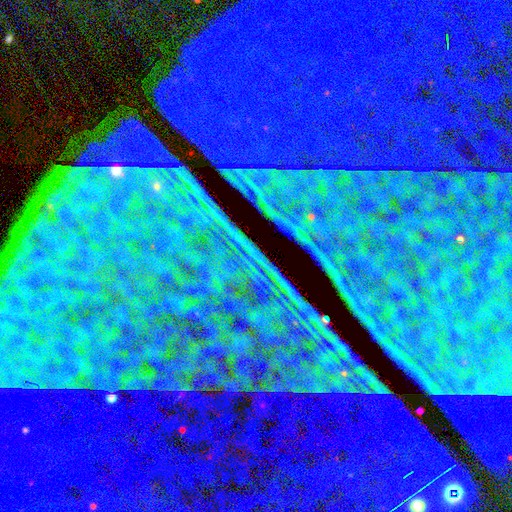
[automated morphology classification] The model was most divided on "smooth or featured": star or artifact: 87%, featured or disk: 7%, smooth: 6%.